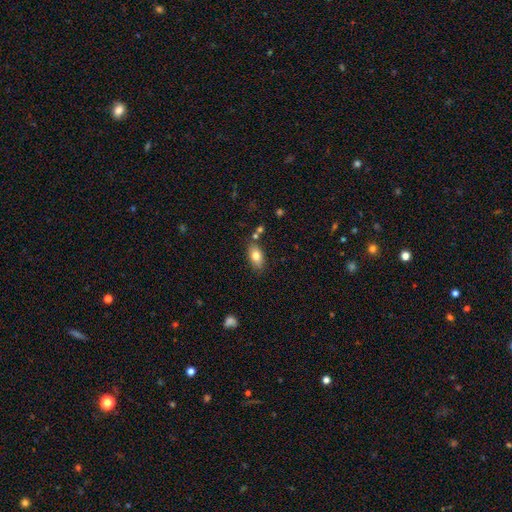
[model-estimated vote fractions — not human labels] Overall: smooth (78%). How rounded: in between (89%). Merging: none (78%).